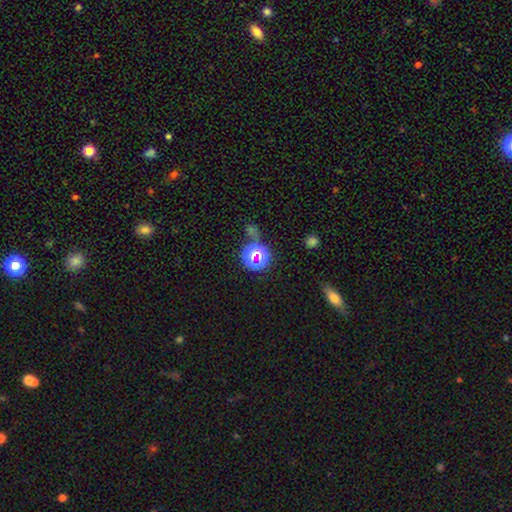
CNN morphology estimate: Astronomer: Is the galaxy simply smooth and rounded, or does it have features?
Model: star or artifact — 58%.